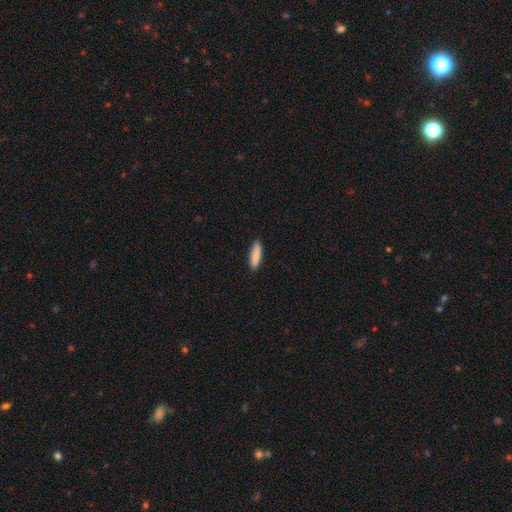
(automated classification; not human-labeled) Morphology: type=smooth (84%); roundness=cigar-shaped (66%); merging=none (89%).